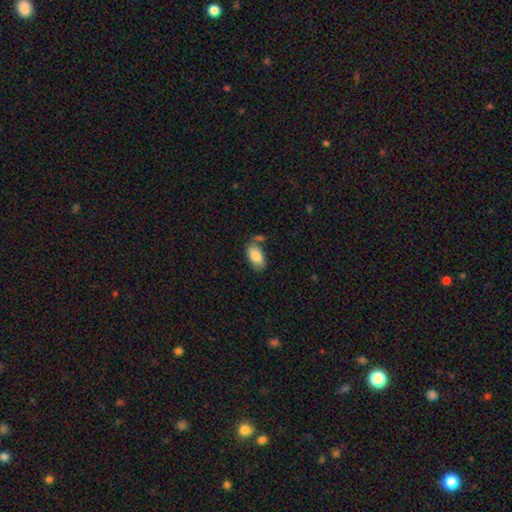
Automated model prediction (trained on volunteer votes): Smooth or featured: smooth — 84% (featured or disk — 10%)
How rounded: in between — 94% (cigar-shaped — 3%)
Merging: none — 58% (minor disturbance — 21%)